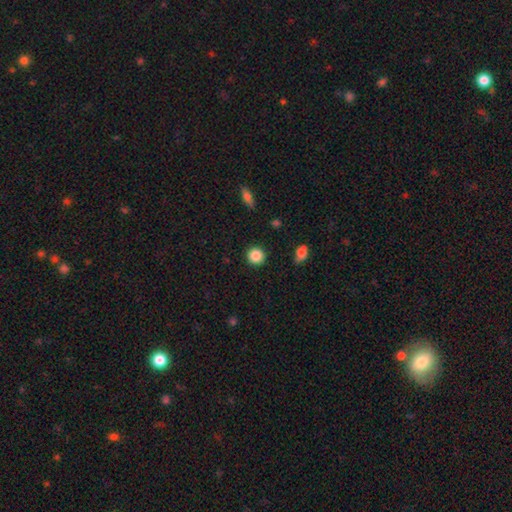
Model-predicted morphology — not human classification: A smooth galaxy with no disk features (87%) that is round (93%). Merging: none (90%).